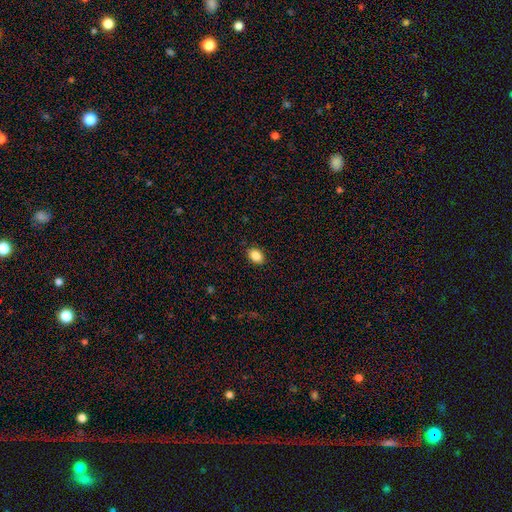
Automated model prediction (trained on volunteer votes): The model was most divided on "how rounded": in between: 77%, round: 22%, cigar-shaped: 1%. More confident: merging — none (88%); smooth or featured — smooth (87%).